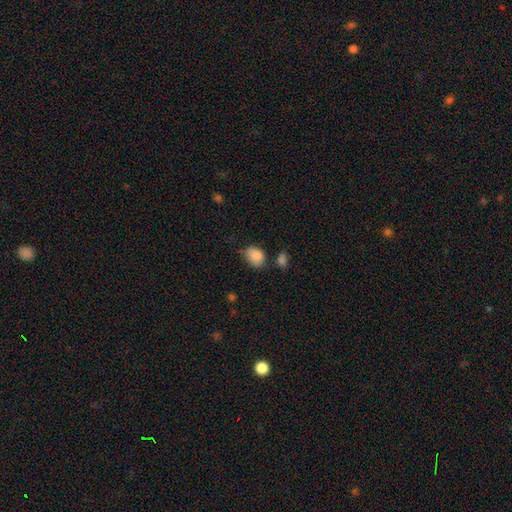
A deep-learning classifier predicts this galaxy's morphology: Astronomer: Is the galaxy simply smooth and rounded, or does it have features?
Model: smooth — 87%.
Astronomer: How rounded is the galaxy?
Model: in between — 68%.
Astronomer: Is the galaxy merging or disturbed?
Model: none — 59%.